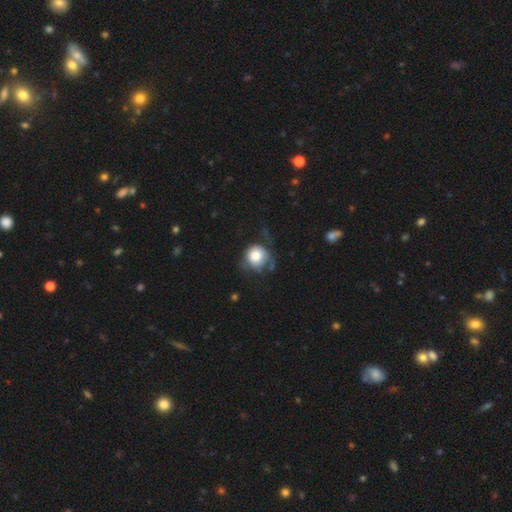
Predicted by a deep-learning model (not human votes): smooth 77%, featured or disk 14%, star or artifact 9%. Down the decision tree: how rounded — round (89%); merging — none (48%).